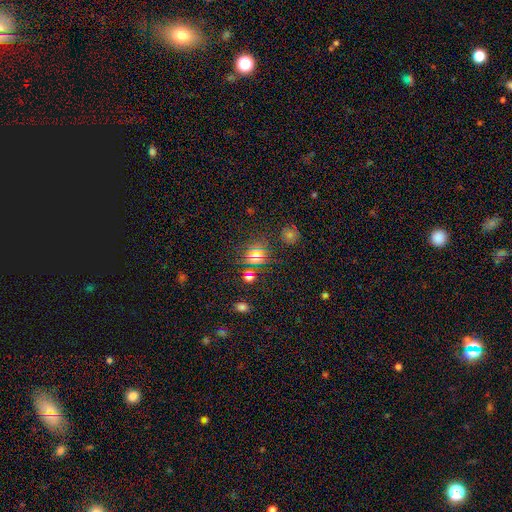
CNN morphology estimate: Q: Smooth or featured?
A: star or artifact (46%); runner-up: smooth (45%)